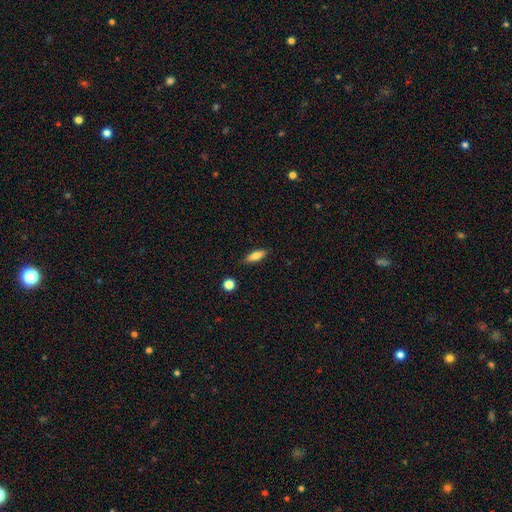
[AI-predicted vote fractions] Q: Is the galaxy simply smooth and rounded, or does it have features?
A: smooth — 76%.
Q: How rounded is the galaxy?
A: in between — 61%.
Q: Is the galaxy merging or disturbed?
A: none — 87%.